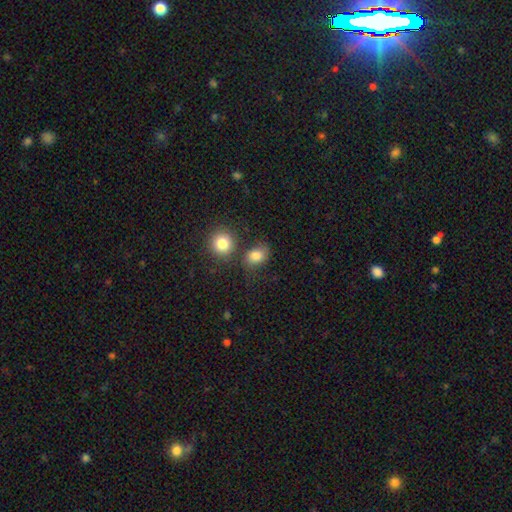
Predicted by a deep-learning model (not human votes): This is clearly a smooth galaxy (80%). How rounded: possibly in between (57%). Merging: possibly none (58%).